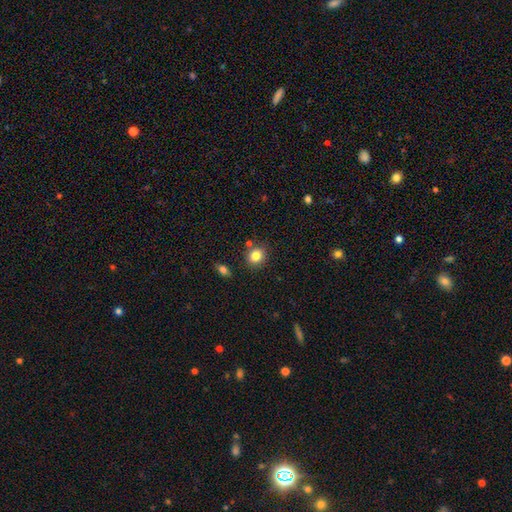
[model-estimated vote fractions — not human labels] The model was most divided on "how rounded": round: 80%, in between: 19%, cigar-shaped: 1%. More confident: smooth or featured — smooth (82%); merging — none (82%).